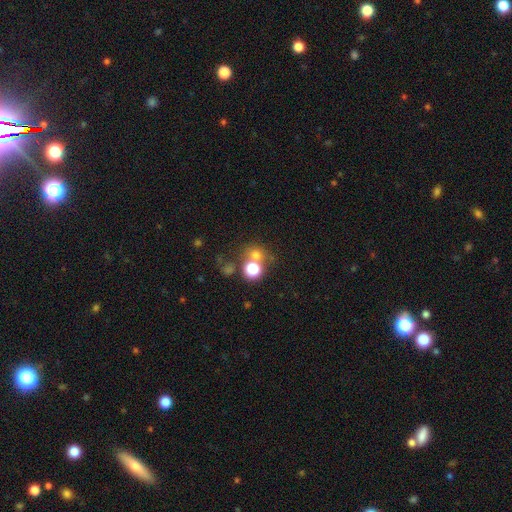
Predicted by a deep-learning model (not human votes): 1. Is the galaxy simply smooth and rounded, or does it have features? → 67% smooth, 23% star or artifact, 10% featured or disk.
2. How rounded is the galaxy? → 85% round, 14% in between, 1% cigar-shaped.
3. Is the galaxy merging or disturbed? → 57% none, 31% merger, 8% minor disturbance, 5% major disturbance.